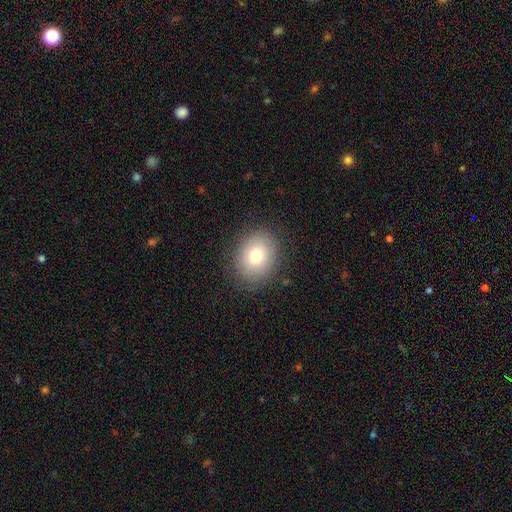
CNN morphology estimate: Smooth or featured? Predicted: smooth (p=0.77). How rounded? Predicted: round (p=0.50). Merging? Predicted: none (p=0.85).